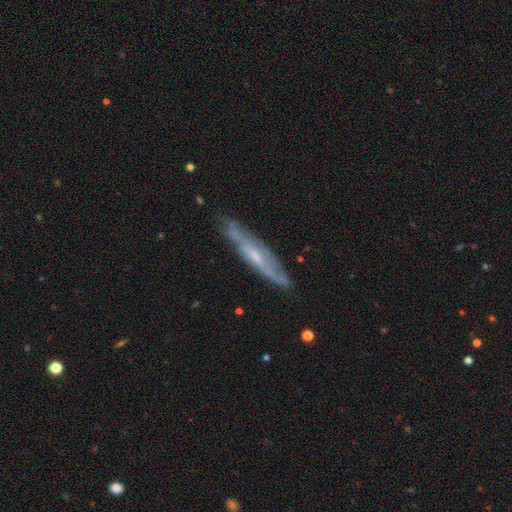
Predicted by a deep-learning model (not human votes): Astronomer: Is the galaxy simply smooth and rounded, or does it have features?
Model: featured or disk — 73%.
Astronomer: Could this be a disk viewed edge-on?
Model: yes — 57% (runner-up: no, 43%).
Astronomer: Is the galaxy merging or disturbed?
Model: none — 72%.